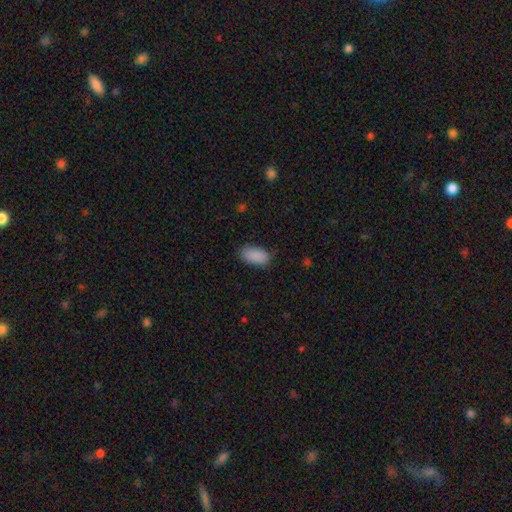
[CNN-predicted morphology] type=smooth (90%); roundness=in between (94%); merging=none (83%).